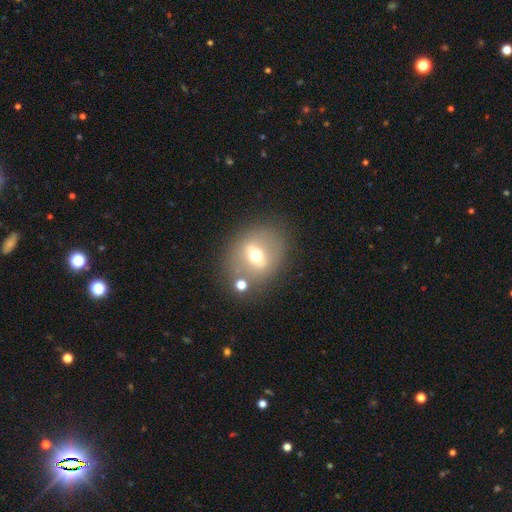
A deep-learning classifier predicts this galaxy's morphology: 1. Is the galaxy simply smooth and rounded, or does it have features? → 47% featured or disk, 41% smooth, 11% star or artifact.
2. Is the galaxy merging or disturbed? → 74% none, 12% minor disturbance, 8% merger, 6% major disturbance.